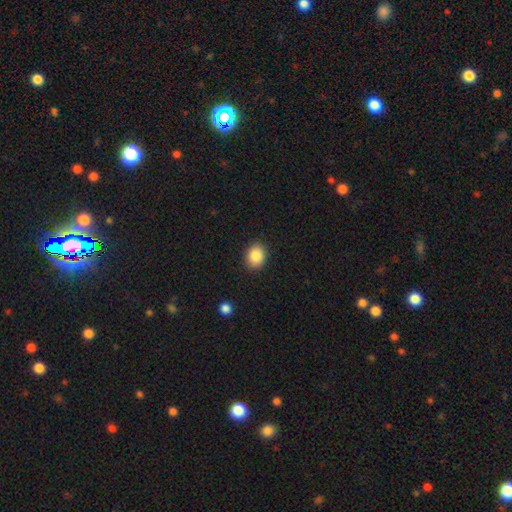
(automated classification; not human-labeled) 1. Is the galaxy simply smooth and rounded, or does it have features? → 86% smooth, 9% star or artifact, 5% featured or disk.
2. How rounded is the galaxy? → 53% round, 47% in between, 1% cigar-shaped.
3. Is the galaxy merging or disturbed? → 89% none, 8% minor disturbance, 2% major disturbance, 1% merger.